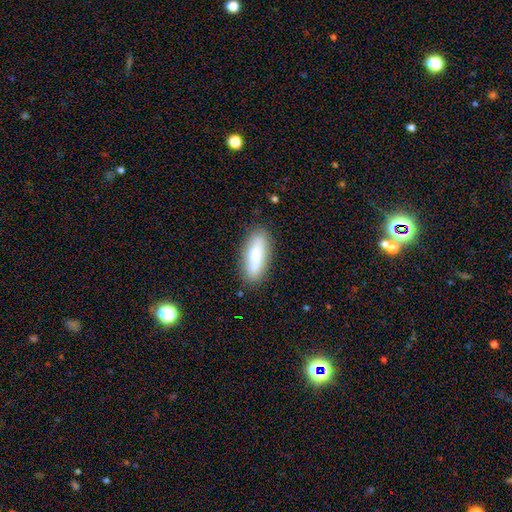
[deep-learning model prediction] Overall: smooth (68%). How rounded: in between (62%; cigar-shaped 36%). Merging: none (84%).